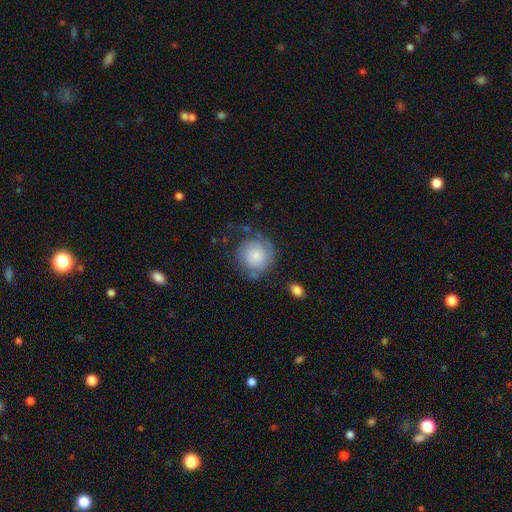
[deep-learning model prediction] Smooth or featured? Predicted: smooth (p=0.61). How rounded? Predicted: round (p=0.90). Merging? Predicted: none (p=0.61).